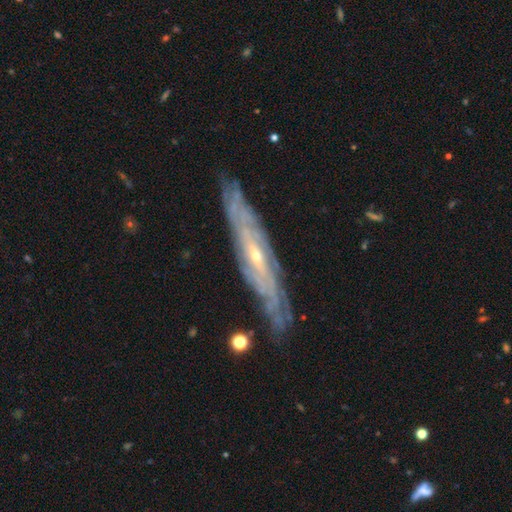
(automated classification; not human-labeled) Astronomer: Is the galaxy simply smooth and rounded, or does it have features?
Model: featured or disk — 85%.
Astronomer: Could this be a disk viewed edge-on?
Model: no — 58% (runner-up: yes, 42%).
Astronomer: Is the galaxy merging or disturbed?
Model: none — 81%.